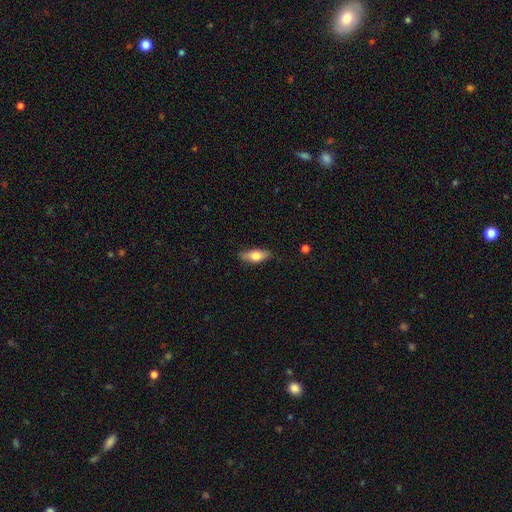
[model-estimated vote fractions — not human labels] The model was most divided on "how rounded": in between: 72%, cigar-shaped: 26%, round: 3%. More confident: merging — none (82%); smooth or featured — smooth (71%).